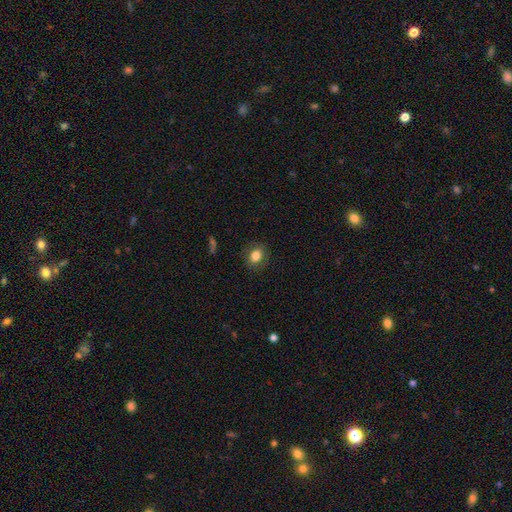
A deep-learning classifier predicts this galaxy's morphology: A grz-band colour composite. It shows a smooth galaxy with no disk features (81%) that is round (54%). Merging: none (85%).